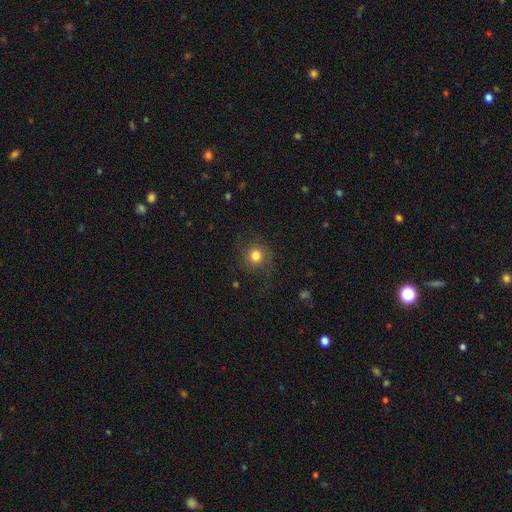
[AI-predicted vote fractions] Smooth or featured: smooth — 65% (featured or disk — 23%)
How rounded: round — 88% (in between — 11%)
Merging: none — 70% (minor disturbance — 15%)